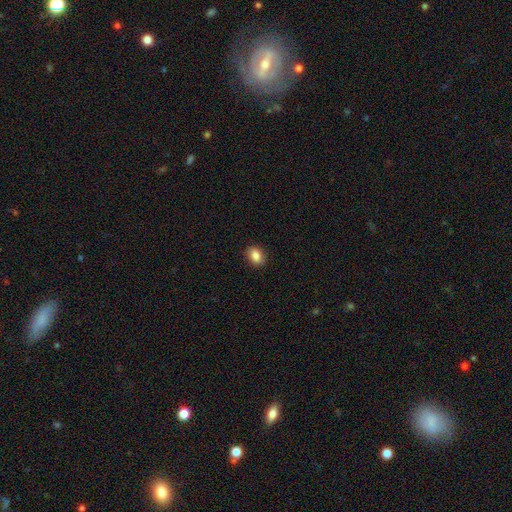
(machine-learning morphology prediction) A smooth galaxy with no disk features (86%) that is in between round and cigar-shaped (70%).

Vote fractions:
- Smooth or featured? smooth: 86% / star or artifact: 9% / featured or disk: 5%
- How rounded? in between: 70% / round: 28% / cigar-shaped: 1%
- Merging? none: 90% / minor disturbance: 8% / major disturbance: 2% / merger: 1%